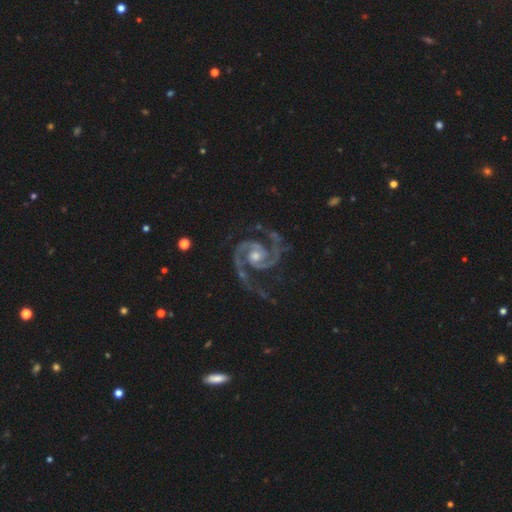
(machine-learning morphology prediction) Smooth or featured?
  - featured or disk: 95% *
  - star or artifact: 4%
  - smooth: 2%
Edge-on disk?
  - no: 98% *
  - yes: 2%
Bar?
  - no: 59% *
  - weak: 30%
  - strong: 11%
Spiral arms?
  - yes: 99% *
  - no: 1%
Spiral winding?
  - medium: 58% *
  - tight: 33%
  - loose: 9%
Spiral arm count?
  - 2: 93% *
  - 3: 2%
  - can't tell: 1%
  - 1: 1%
  - 4: 1%
  - more than 4: 1%
Bulge size?
  - moderate: 57% *
  - small: 37%
  - large: 3%
  - none: 2%
  - dominant: 1%
Merging?
  - none: 70% *
  - minor disturbance: 17%
  - major disturbance: 10%
  - merger: 2%